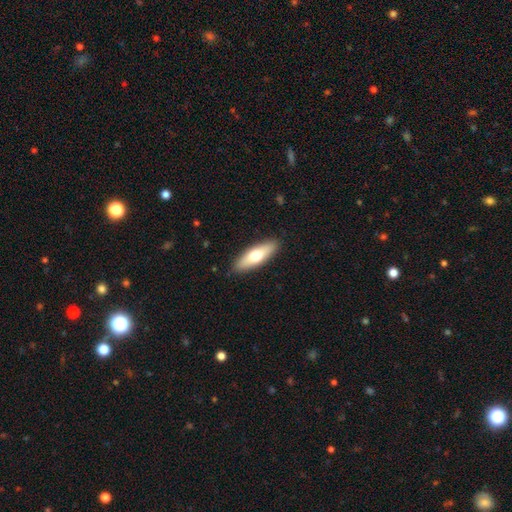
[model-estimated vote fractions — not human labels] A smooth galaxy with no disk features (63%) that is in between round and cigar-shaped (53%). Merging: none (89%).